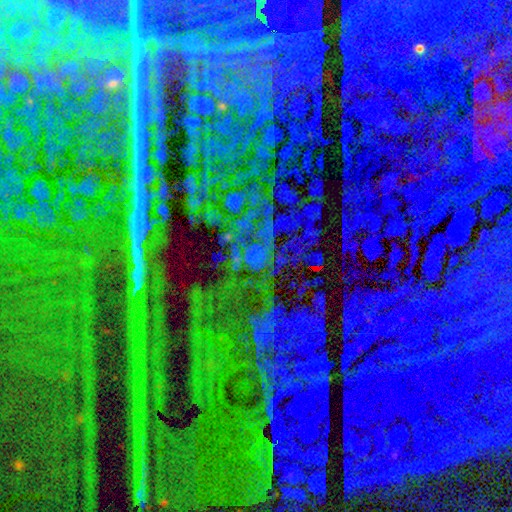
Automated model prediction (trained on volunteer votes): The model was most divided on "smooth or featured": star or artifact: 82%, smooth: 10%, featured or disk: 8%.